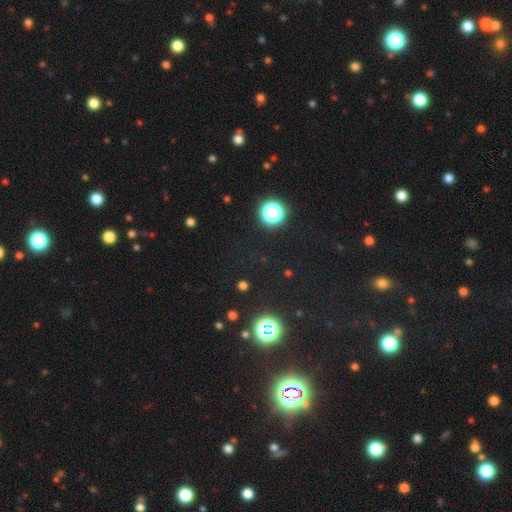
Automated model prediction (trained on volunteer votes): smooth-or-featured: star or artifact: 76% | smooth: 17% | featured or disk: 7%